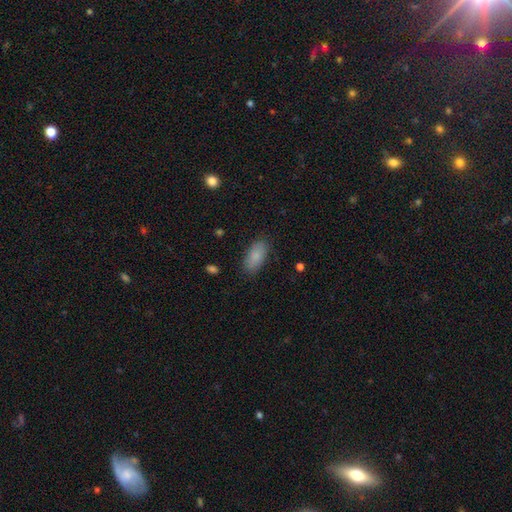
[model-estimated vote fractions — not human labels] Q: Smooth or featured?
A: smooth (86%); runner-up: star or artifact (7%)
Q: How rounded?
A: in between (92%); runner-up: cigar-shaped (6%)
Q: Merging?
A: none (85%); runner-up: minor disturbance (11%)